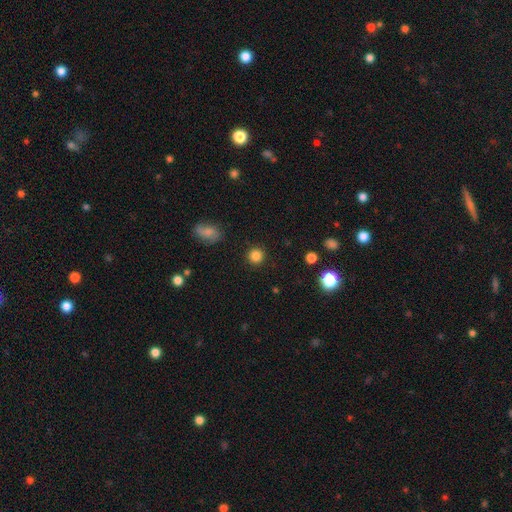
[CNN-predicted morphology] Smooth or featured: smooth — 84% (star or artifact — 12%)
How rounded: round — 93% (in between — 6%)
Merging: none — 91% (minor disturbance — 6%)